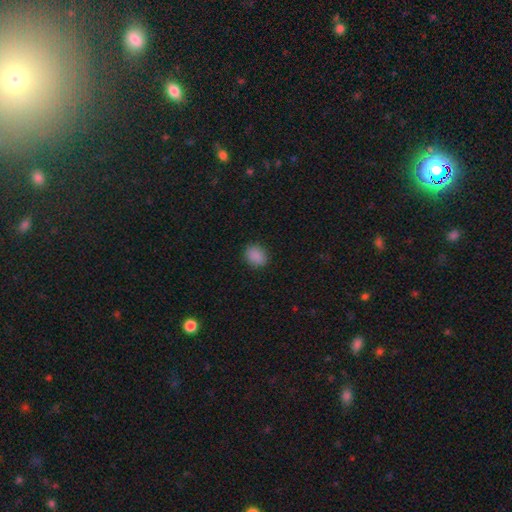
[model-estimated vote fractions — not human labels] smooth 87%, star or artifact 10%, featured or disk 3%. Down the decision tree: how rounded — in between (51%); merging — none (87%).